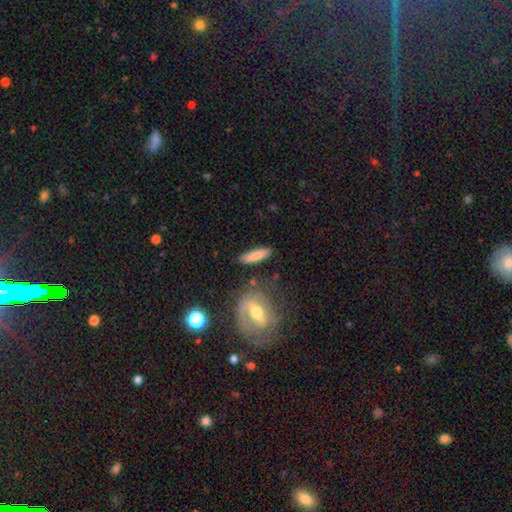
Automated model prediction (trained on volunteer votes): Q: Smooth or featured?
A: smooth (76%); runner-up: featured or disk (17%)
Q: How rounded?
A: cigar-shaped (71%); runner-up: in between (26%)
Q: Merging?
A: none (79%); runner-up: minor disturbance (12%)